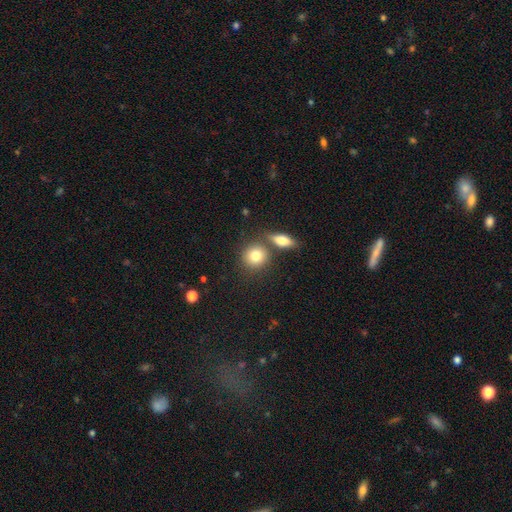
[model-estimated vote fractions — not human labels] smooth 81%, featured or disk 10%, star or artifact 9%. Down the decision tree: how rounded — round (80%); merging — none (65%).